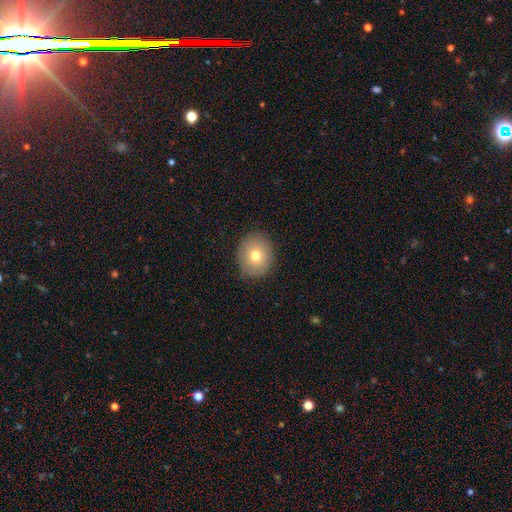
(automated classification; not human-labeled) This is likely a smooth galaxy (72%). How rounded: likely round (71%). Merging: clearly none (84%).